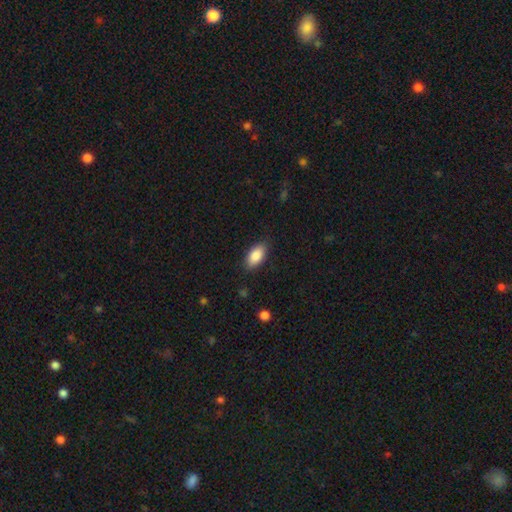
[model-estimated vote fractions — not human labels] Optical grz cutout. It shows a smooth galaxy with no disk features (86%) that is in between round and cigar-shaped (91%). Merging: none (86%).